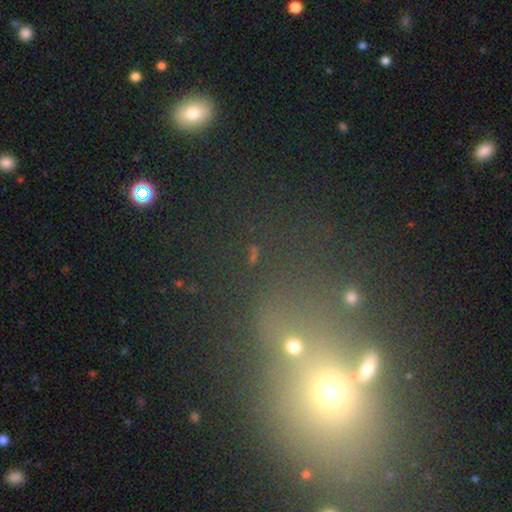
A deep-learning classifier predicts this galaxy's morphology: Smooth or featured?
  - star or artifact: 48% *
  - smooth: 38%
  - featured or disk: 14%